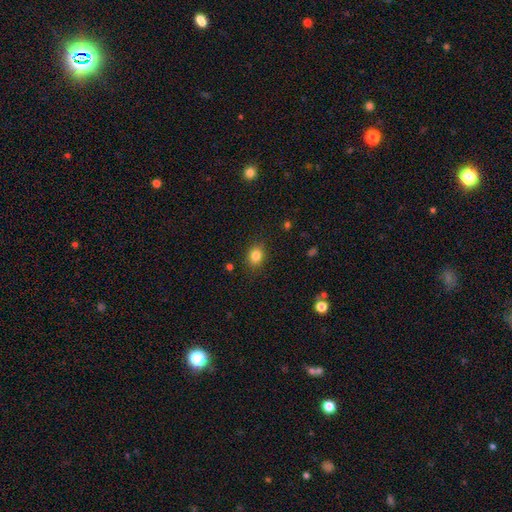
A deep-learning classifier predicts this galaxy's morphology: Overall: smooth (83%). How rounded: round (52%; in between 47%). Merging: none (87%).